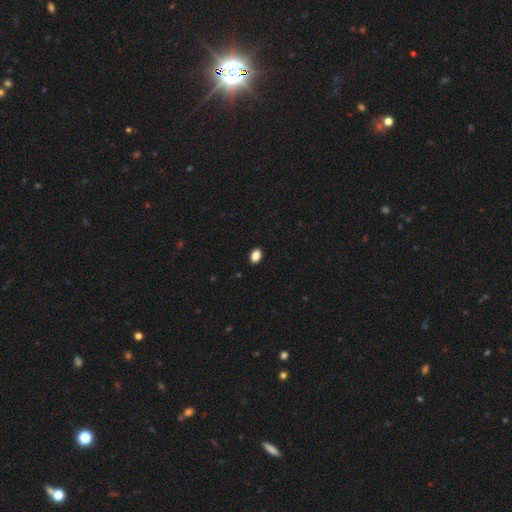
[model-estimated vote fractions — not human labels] Q: Smooth or featured?
A: smooth (87%); runner-up: star or artifact (9%)
Q: How rounded?
A: in between (85%); runner-up: round (14%)
Q: Merging?
A: none (90%); runner-up: minor disturbance (7%)